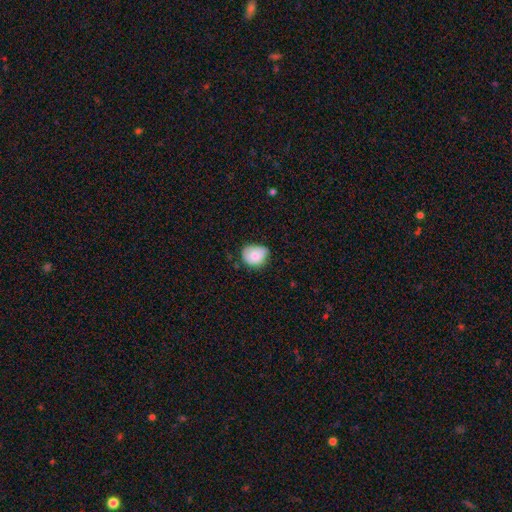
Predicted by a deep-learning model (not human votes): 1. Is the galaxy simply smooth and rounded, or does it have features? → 78% smooth, 14% featured or disk, 8% star or artifact.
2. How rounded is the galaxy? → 60% round, 39% in between, 1% cigar-shaped.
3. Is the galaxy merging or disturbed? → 46% none, 42% minor disturbance, 9% major disturbance, 3% merger.